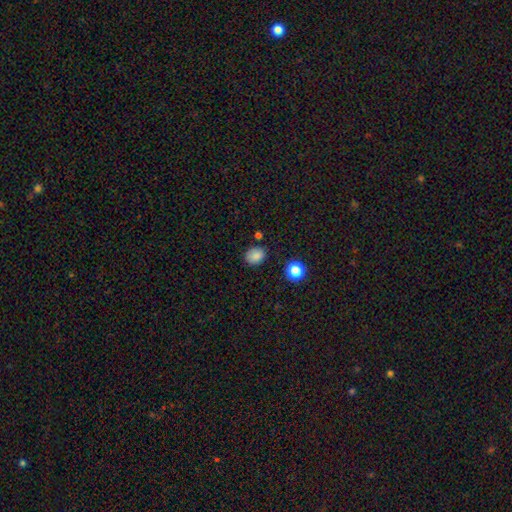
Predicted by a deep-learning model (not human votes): Smooth or featured? Predicted: smooth (p=0.84). How rounded? Predicted: round (p=0.53). Merging? Predicted: none (p=0.81).